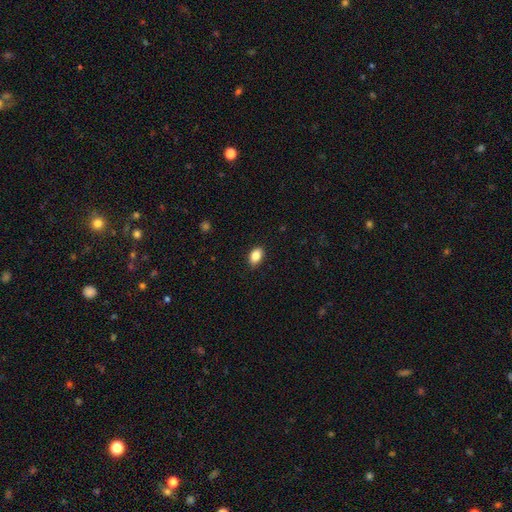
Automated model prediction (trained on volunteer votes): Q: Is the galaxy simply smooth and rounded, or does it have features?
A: smooth — 86%.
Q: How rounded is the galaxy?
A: in between — 85%.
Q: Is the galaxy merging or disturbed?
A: none — 87%.